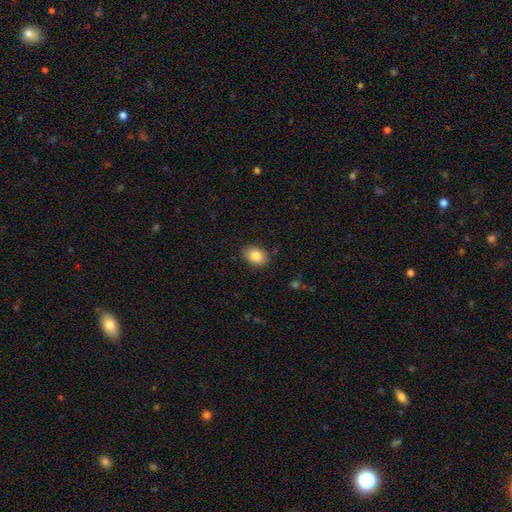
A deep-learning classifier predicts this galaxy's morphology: A smooth galaxy with no disk features (85%) that is in between round and cigar-shaped (80%). Merging: none (86%).